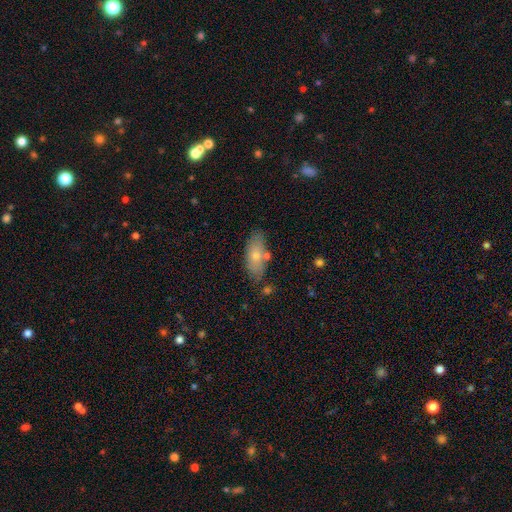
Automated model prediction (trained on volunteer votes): This appears to be a smooth galaxy with no disk features (67%) that is in between round and cigar-shaped (79%). Merging: none (76%).